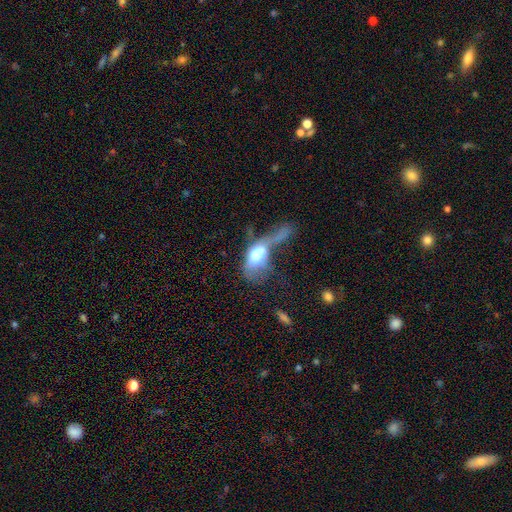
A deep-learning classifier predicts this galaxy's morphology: A smooth galaxy with no disk features (58%) that is in between round and cigar-shaped (84%).

Vote fractions:
- Smooth or featured? smooth: 58% / featured or disk: 33% / star or artifact: 9%
- How rounded? in between: 84% / round: 10% / cigar-shaped: 7%
- Merging? major disturbance: 49% / merger: 30% / minor disturbance: 12% / none: 10%